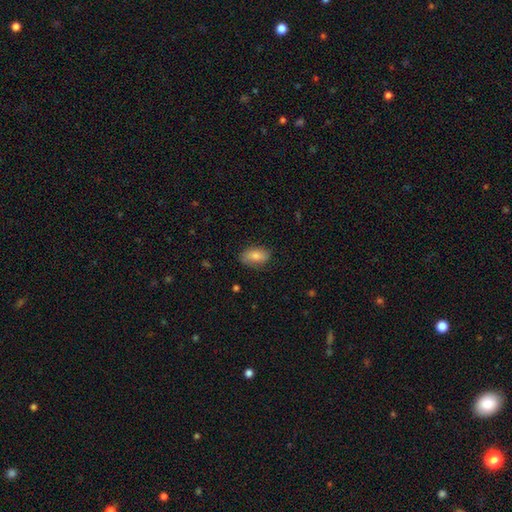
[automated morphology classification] smooth-or-featured: smooth: 77% | featured or disk: 16% | star or artifact: 7%
  how-rounded: in between: 91% | round: 6% | cigar-shaped: 3%
  merging: none: 76% | minor disturbance: 19% | major disturbance: 4% | merger: 1%